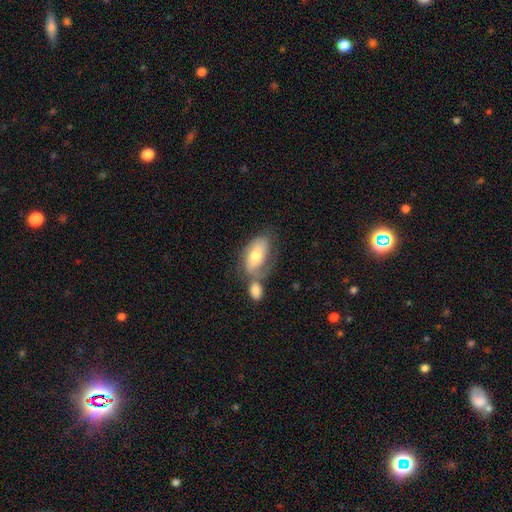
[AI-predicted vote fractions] smooth_or_featured: smooth (p=0.58) [alt: featured or disk p=0.35]
how_rounded: in between (p=0.90) [alt: cigar-shaped p=0.06]
merging: merger (p=0.45) [alt: none p=0.33]